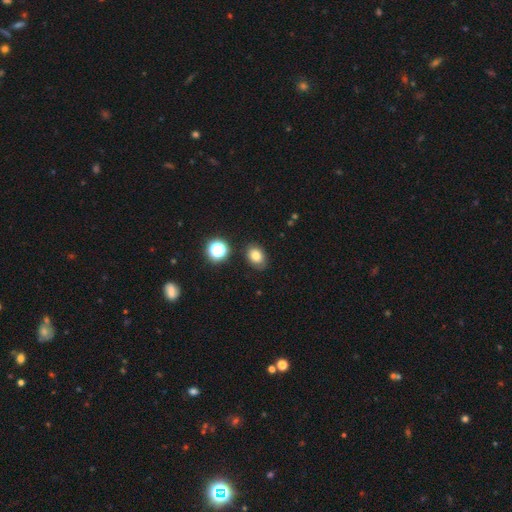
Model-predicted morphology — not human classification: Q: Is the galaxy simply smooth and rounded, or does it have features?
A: smooth — 77%.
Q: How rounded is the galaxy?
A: in between — 68%.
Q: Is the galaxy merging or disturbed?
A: none — 82%.